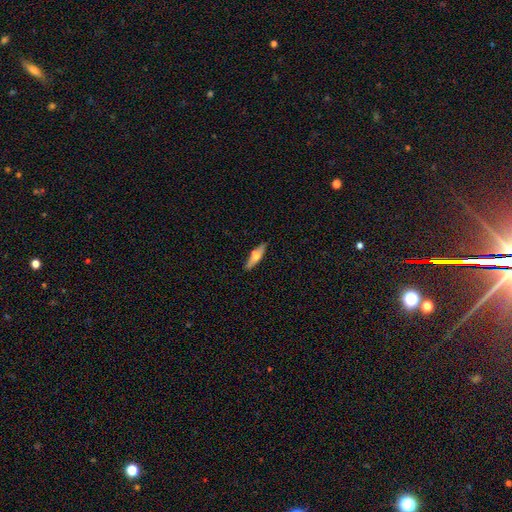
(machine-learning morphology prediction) smooth-or-featured: smooth: 62% | featured or disk: 32% | star or artifact: 7%
  how-rounded: cigar-shaped: 69% | in between: 28% | round: 2%
  merging: none: 83% | minor disturbance: 11% | merger: 3% | major disturbance: 2%